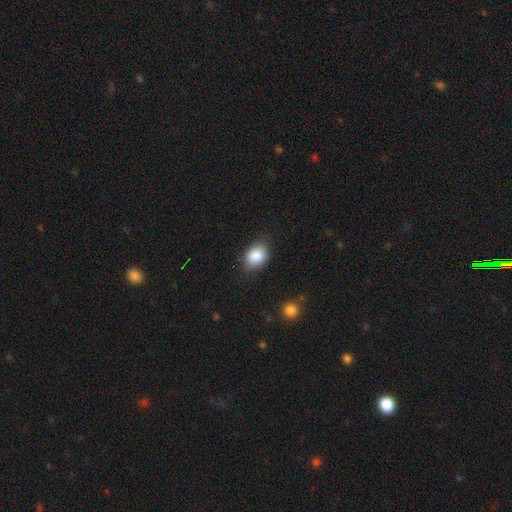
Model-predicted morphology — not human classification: smooth 87%, star or artifact 8%, featured or disk 5%. Down the decision tree: how rounded — in between (65%); merging — none (78%).